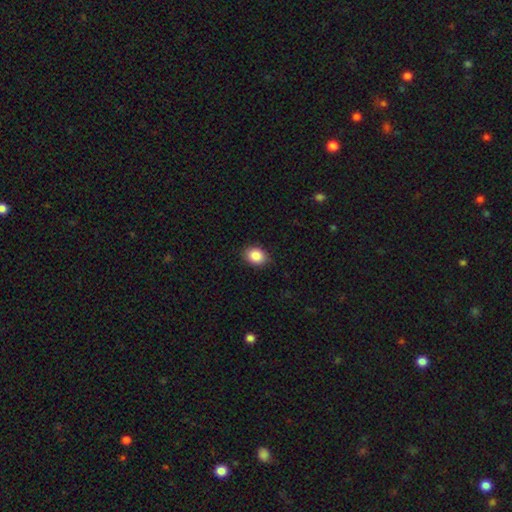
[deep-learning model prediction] Smooth or featured? smooth (87%)
How rounded? in between (61%)
Merging? none (88%)